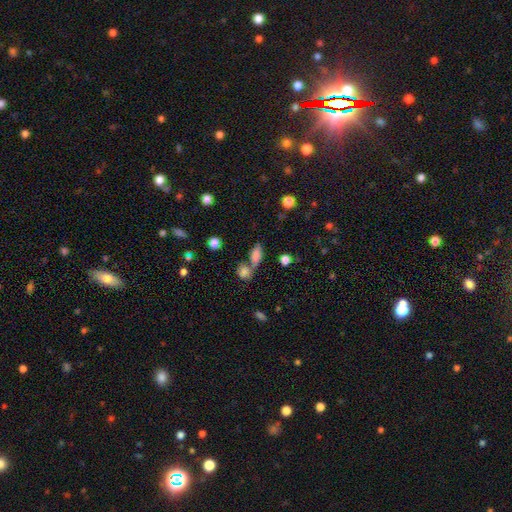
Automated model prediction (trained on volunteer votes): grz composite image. It shows a smooth galaxy with no disk features (78%) that is in between round and cigar-shaped (78%). Merging: none (44%).